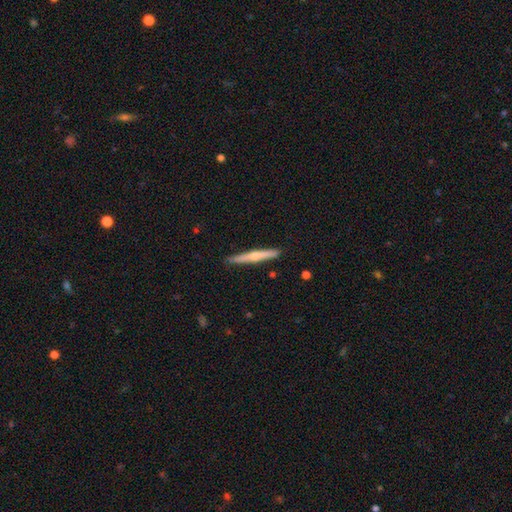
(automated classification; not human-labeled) Smooth or featured? Predicted: featured or disk (p=0.53). Edge-on disk? Predicted: yes (p=0.97). Edge-on bulge? Predicted: rounded (p=0.75). Merging? Predicted: none (p=0.90).